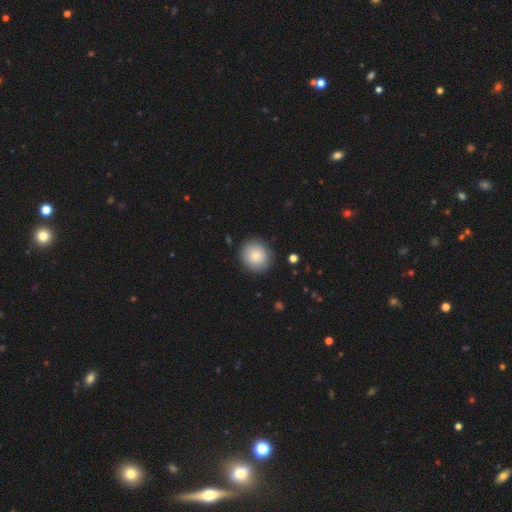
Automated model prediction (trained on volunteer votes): Overall: smooth (83%). How rounded: round (88%). Merging: none (88%).